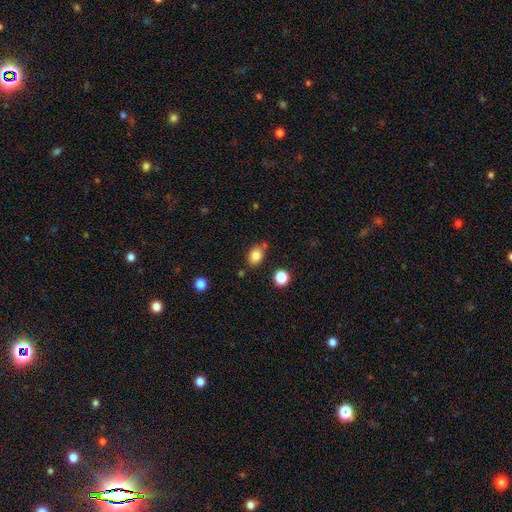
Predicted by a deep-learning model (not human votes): Smooth or featured: smooth — 83% (star or artifact — 10%)
How rounded: in between — 65% (round — 33%)
Merging: none — 72% (minor disturbance — 15%)